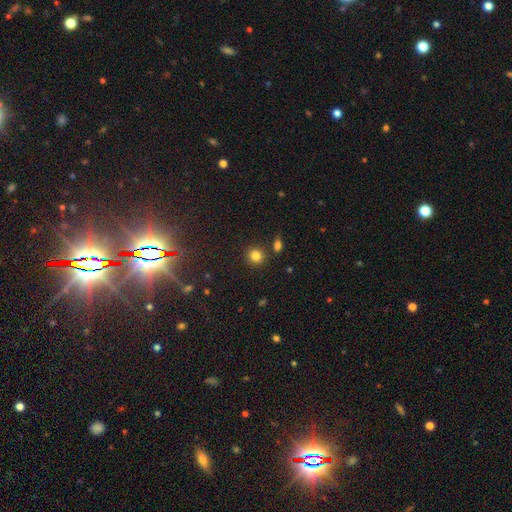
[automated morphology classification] This appears to be a smooth galaxy with no disk features (82%) that is round (88%). Merging: none (83%).